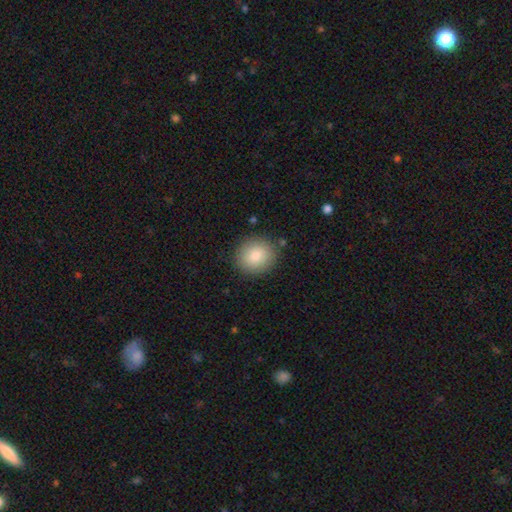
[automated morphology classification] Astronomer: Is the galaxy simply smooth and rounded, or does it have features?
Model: smooth — 85%.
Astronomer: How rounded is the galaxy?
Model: round — 78%.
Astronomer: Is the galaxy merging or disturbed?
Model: none — 87%.